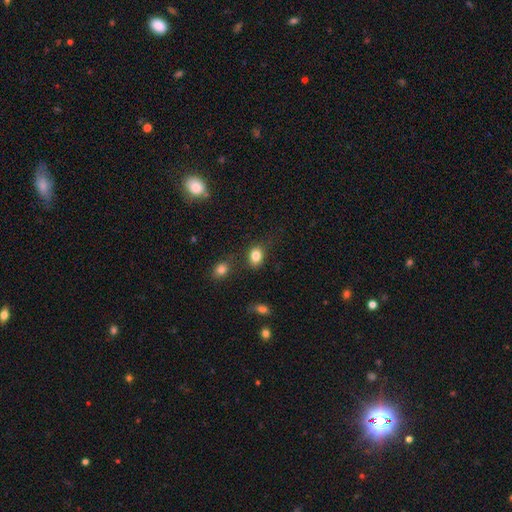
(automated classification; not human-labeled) The model was most divided on "how rounded": in between: 63%, round: 36%, cigar-shaped: 1%. More confident: smooth or featured — smooth (83%); merging — none (73%).